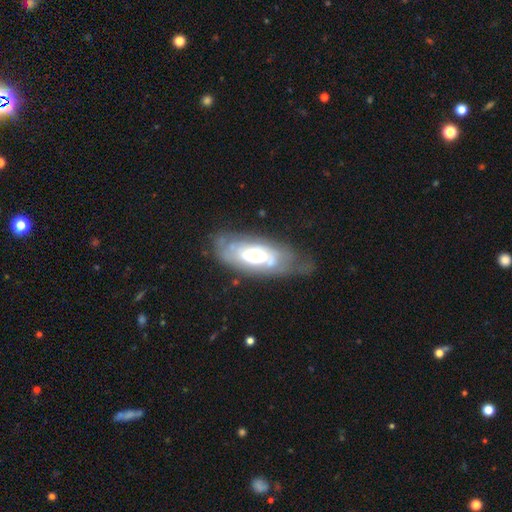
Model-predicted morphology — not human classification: smooth_or_featured: featured or disk (p=0.63) [alt: smooth p=0.30]
disk_edge_on: no (p=0.88) [alt: yes p=0.12]
bar: no (p=0.76) [alt: weak p=0.17]
has_spiral_arms: yes (p=0.60) [alt: no p=0.40]
bulge_size: moderate (p=0.43) [alt: large p=0.38]
merging: none (p=0.49) [alt: minor disturbance p=0.29]